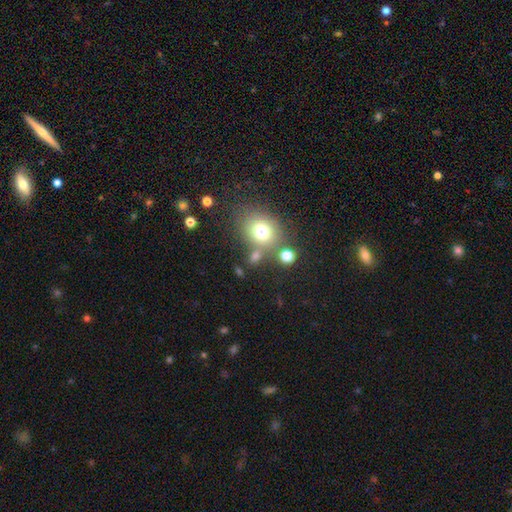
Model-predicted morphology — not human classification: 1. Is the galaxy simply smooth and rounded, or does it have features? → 72% smooth, 16% star or artifact, 12% featured or disk.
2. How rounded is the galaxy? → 57% round, 41% in between, 2% cigar-shaped.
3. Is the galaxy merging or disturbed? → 62% none, 19% merger, 13% minor disturbance, 6% major disturbance.